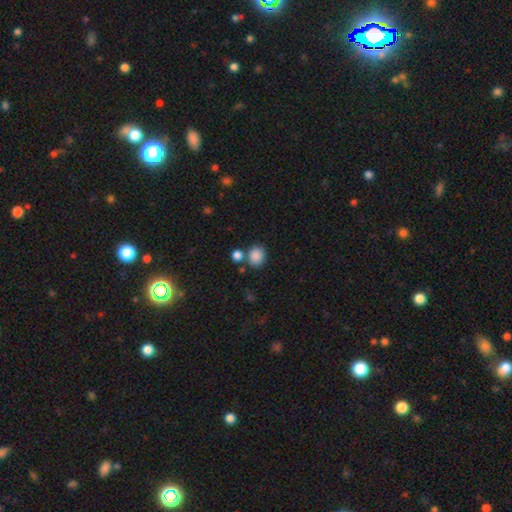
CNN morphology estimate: smooth_or_featured: smooth (p=0.87) [alt: star or artifact p=0.09]
how_rounded: round (p=0.66) [alt: in between p=0.33]
merging: none (p=0.70) [alt: merger p=0.17]